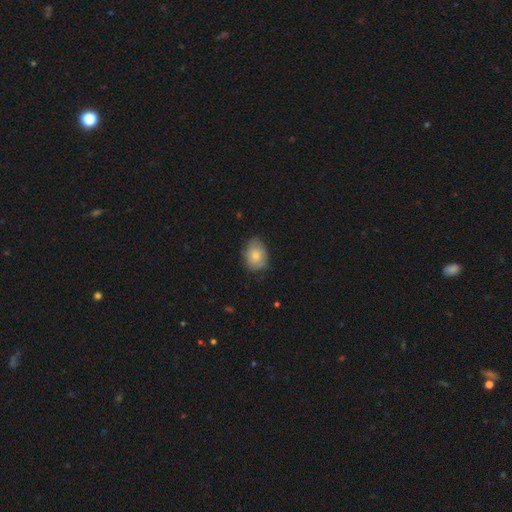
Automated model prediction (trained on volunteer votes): smooth 75%, featured or disk 18%, star or artifact 7%. Down the decision tree: how rounded — in between (60%); merging — none (65%).